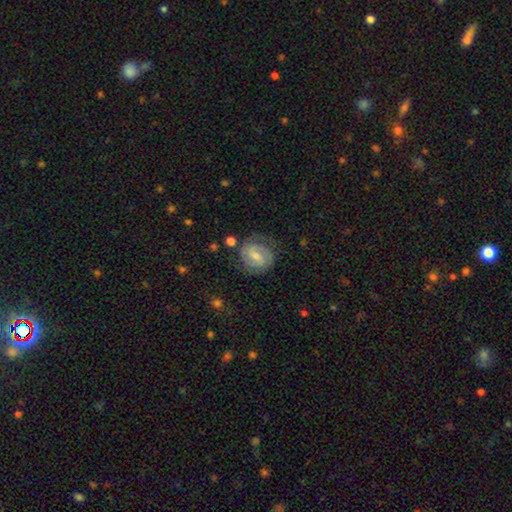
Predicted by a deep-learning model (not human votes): This appears to be a featured or disk galaxy (72%) with a weak bar (57%), 2 (76%) tight (54%) spiral arms (93%) and a small central bulge (50%). Merging: none (72%).